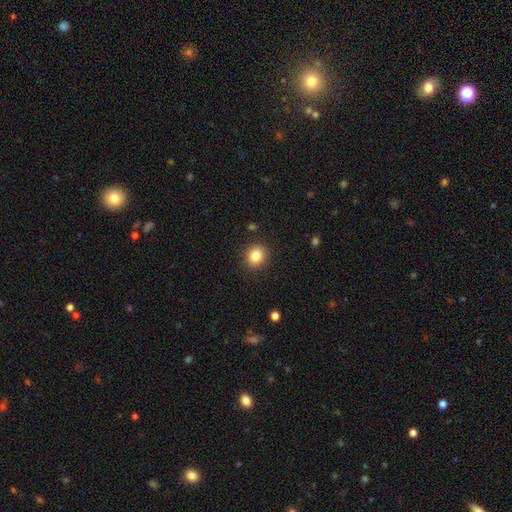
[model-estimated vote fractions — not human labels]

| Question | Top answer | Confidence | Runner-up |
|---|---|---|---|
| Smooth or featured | smooth | 84% | star or artifact (10%) |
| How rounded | round | 77% | in between (22%) |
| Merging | none | 89% | minor disturbance (7%) |